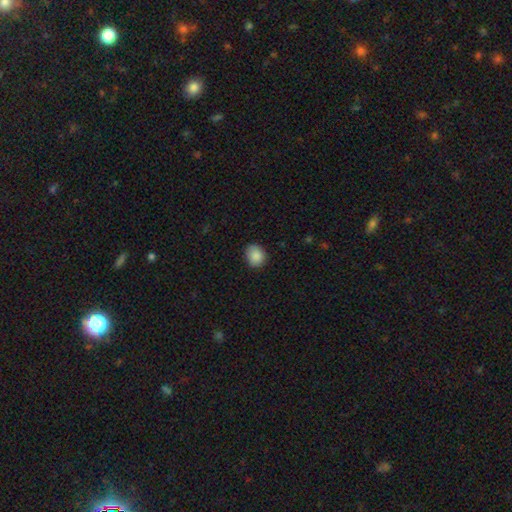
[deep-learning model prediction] Smooth or featured? Predicted: smooth (p=0.88). How rounded? Predicted: round (p=0.67). Merging? Predicted: none (p=0.84).